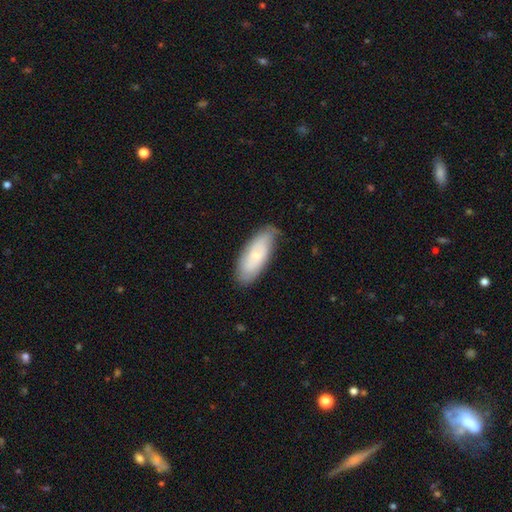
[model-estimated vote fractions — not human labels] Morphology: type=smooth (53%); roundness=in between (76%); merging=none (71%).